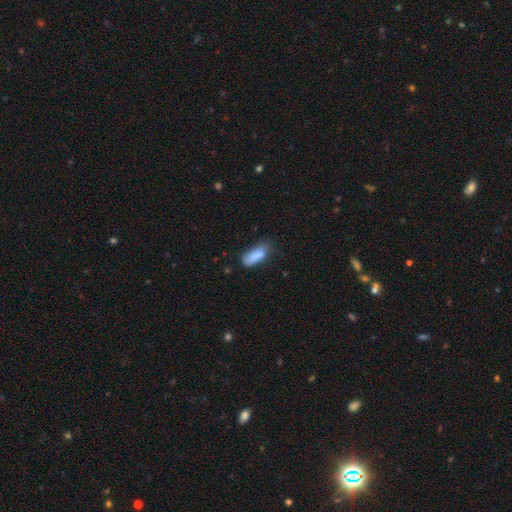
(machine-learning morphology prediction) A smooth galaxy with no disk features (84%) that is in between round and cigar-shaped (74%). Merging: none (45%).